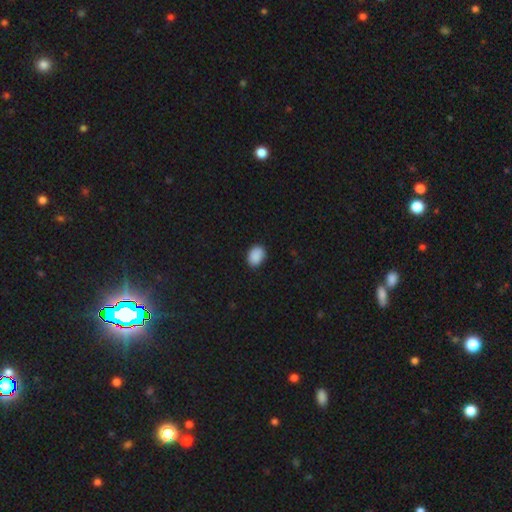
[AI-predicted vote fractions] smooth-or-featured: smooth: 90% | star or artifact: 8% | featured or disk: 2%
  how-rounded: in between: 70% | round: 29% | cigar-shaped: 1%
  merging: none: 87% | minor disturbance: 10% | major disturbance: 2% | merger: 1%